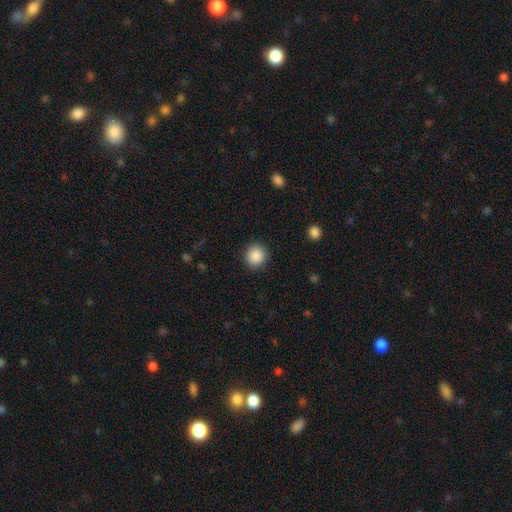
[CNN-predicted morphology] Smooth or featured?
  - smooth: 89% *
  - star or artifact: 8%
  - featured or disk: 3%
How rounded?
  - round: 92% *
  - in between: 7%
  - cigar-shaped: 1%
Merging?
  - none: 91% *
  - minor disturbance: 6%
  - major disturbance: 2%
  - merger: 1%